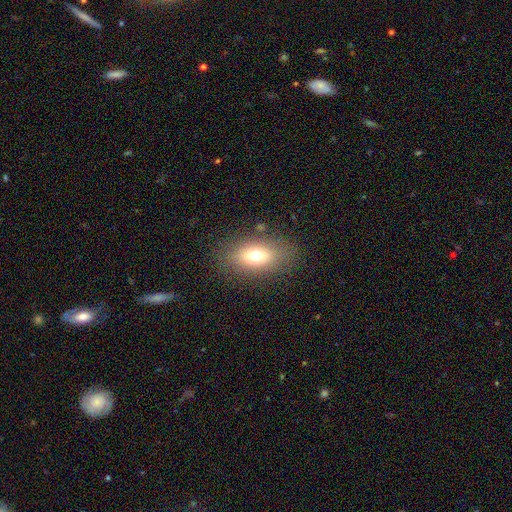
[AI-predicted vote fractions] smooth 69%, featured or disk 19%, star or artifact 12%. Down the decision tree: how rounded — in between (82%); merging — none (83%).